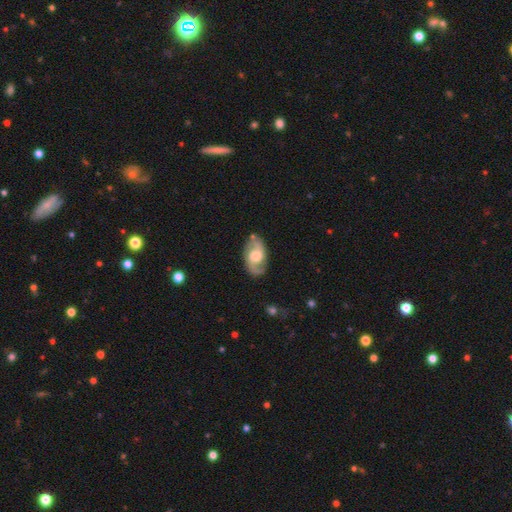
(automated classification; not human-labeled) smooth_or_featured: featured or disk (p=0.83) [alt: smooth p=0.13]
disk_edge_on: no (p=0.97) [alt: yes p=0.03]
bar: no (p=0.56) [alt: weak p=0.37]
has_spiral_arms: yes (p=0.94) [alt: no p=0.06]
spiral_winding: medium (p=0.53) [alt: loose p=0.25]
spiral_arm_count: 2 (p=0.91) [alt: can't tell p=0.04]
bulge_size: moderate (p=0.54) [alt: large p=0.29]
merging: none (p=0.81) [alt: minor disturbance p=0.13]